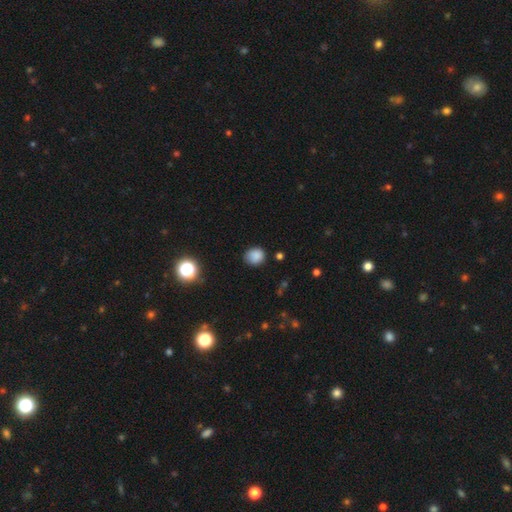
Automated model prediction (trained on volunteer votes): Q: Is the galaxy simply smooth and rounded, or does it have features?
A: smooth — 83%.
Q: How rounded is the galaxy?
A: round — 76%.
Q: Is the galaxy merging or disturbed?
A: none — 78%.